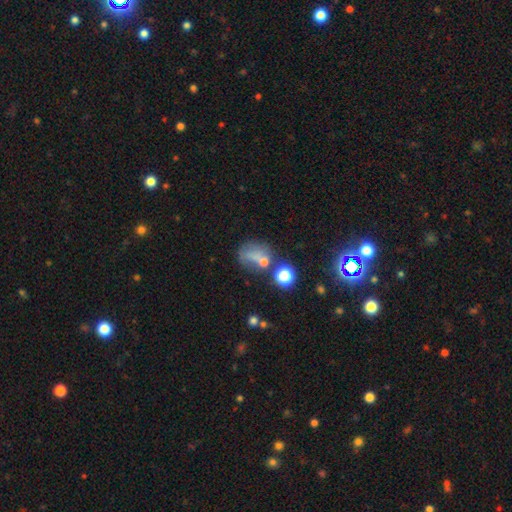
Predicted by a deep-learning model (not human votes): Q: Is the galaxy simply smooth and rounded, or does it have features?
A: smooth — 59%.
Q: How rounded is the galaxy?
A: round — 52%.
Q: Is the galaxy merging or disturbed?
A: none — 36%.